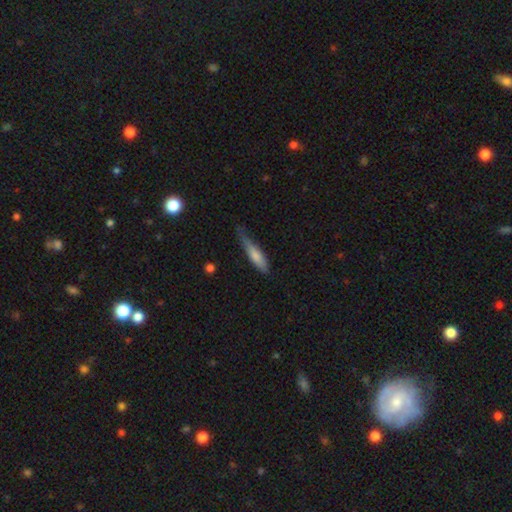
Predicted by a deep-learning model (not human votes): A smooth galaxy with no disk features (74%) that is cigar-shaped (71%).

Vote fractions:
- Smooth or featured? smooth: 74% / featured or disk: 20% / star or artifact: 6%
- How rounded? cigar-shaped: 71% / in between: 27% / round: 2%
- Merging? minor disturbance: 45% / none: 36% / major disturbance: 17% / merger: 3%